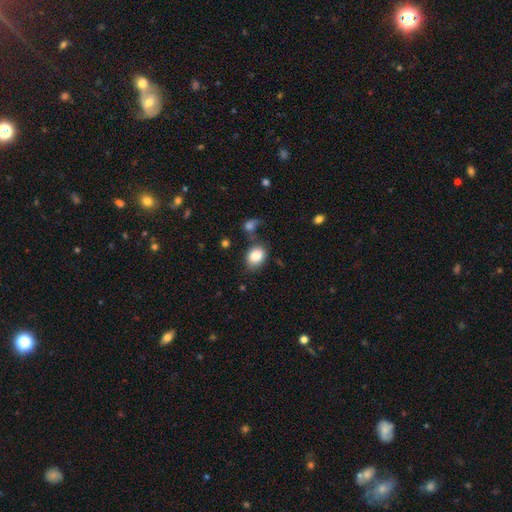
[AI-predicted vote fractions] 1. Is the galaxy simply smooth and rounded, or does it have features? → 84% smooth, 9% star or artifact, 8% featured or disk.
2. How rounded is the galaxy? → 65% in between, 34% round, 1% cigar-shaped.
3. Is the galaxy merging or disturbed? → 70% none, 17% minor disturbance, 8% merger, 5% major disturbance.